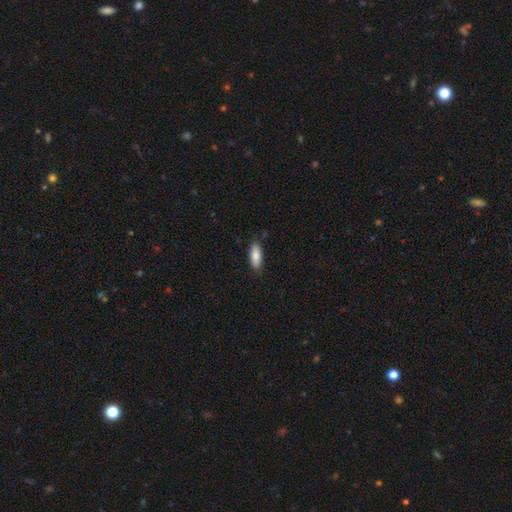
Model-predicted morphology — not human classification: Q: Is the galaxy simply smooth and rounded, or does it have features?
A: smooth — 87%.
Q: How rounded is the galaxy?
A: in between — 72%.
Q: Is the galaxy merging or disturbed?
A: none — 86%.